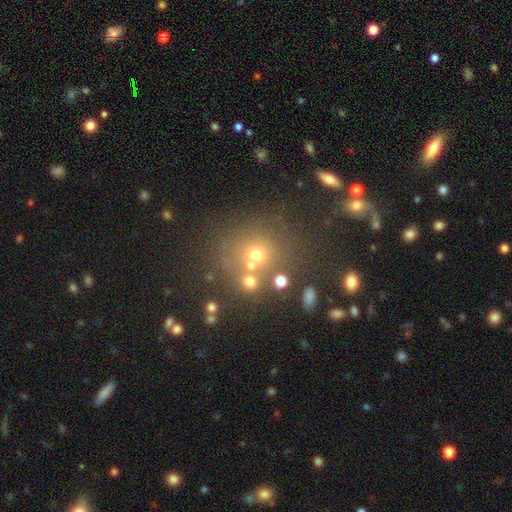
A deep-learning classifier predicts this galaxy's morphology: Smooth or featured? smooth (50%)
How rounded? round (82%)
Merging? none (61%)